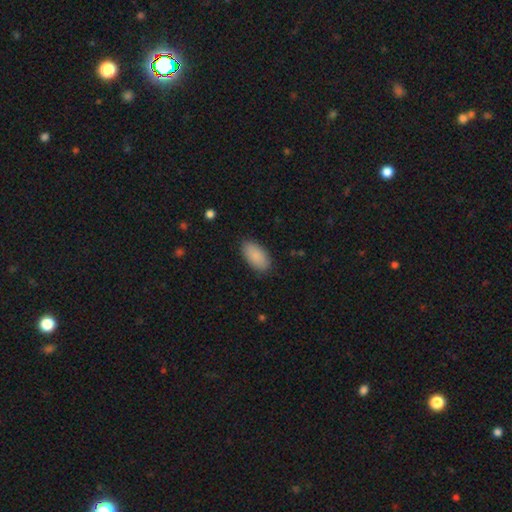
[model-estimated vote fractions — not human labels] This appears to be a smooth galaxy with no disk features (88%) that is in between round and cigar-shaped (94%). Merging: none (86%).